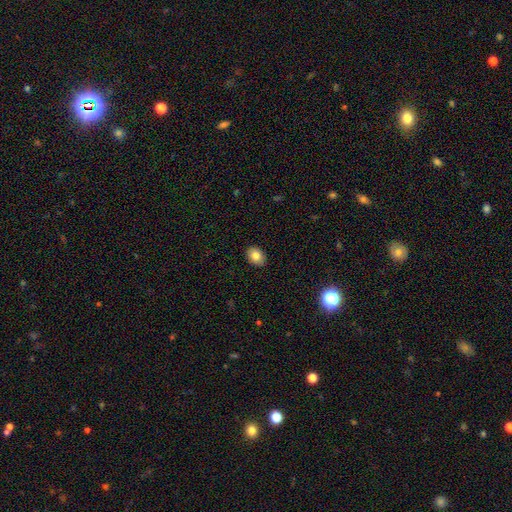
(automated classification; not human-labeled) Smooth or featured: smooth — 81% (featured or disk — 10%)
How rounded: in between — 71% (round — 28%)
Merging: none — 89% (minor disturbance — 9%)